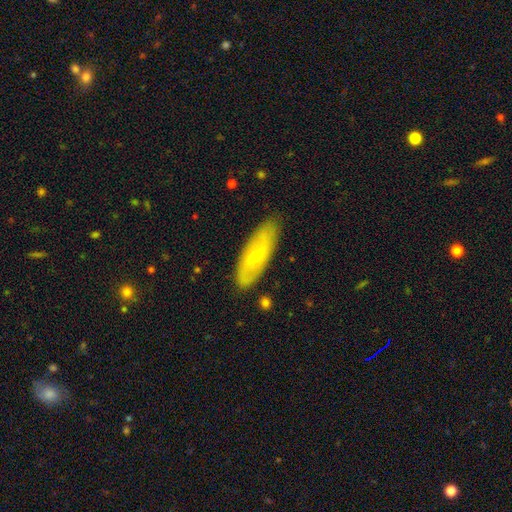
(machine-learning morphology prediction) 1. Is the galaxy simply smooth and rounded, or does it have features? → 54% featured or disk, 40% smooth, 6% star or artifact.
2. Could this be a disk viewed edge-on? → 83% no, 17% yes.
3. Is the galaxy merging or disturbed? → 83% none, 12% minor disturbance, 3% major disturbance, 1% merger.